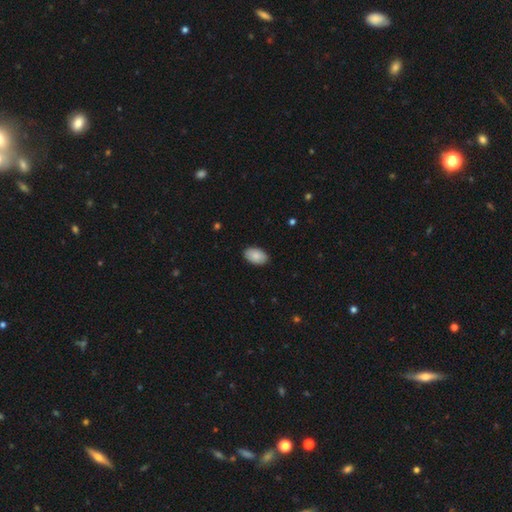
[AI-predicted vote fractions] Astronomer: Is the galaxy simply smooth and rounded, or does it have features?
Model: smooth — 88%.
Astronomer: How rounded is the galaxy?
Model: in between — 93%.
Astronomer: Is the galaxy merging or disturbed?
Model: none — 89%.